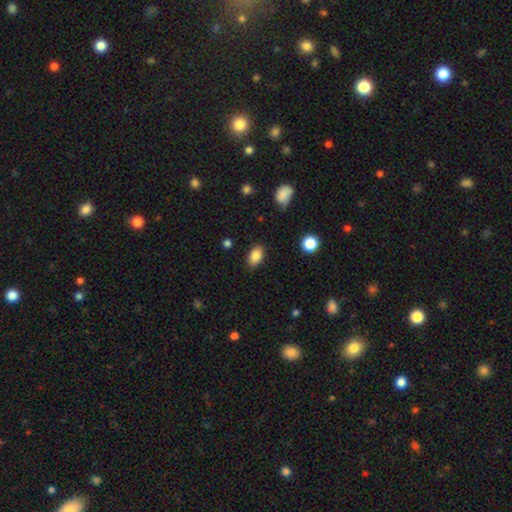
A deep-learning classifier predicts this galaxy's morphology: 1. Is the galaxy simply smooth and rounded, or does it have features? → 84% smooth, 9% star or artifact, 7% featured or disk.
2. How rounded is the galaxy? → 88% in between, 10% round, 2% cigar-shaped.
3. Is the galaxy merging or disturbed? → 81% none, 15% minor disturbance, 3% major disturbance, 1% merger.